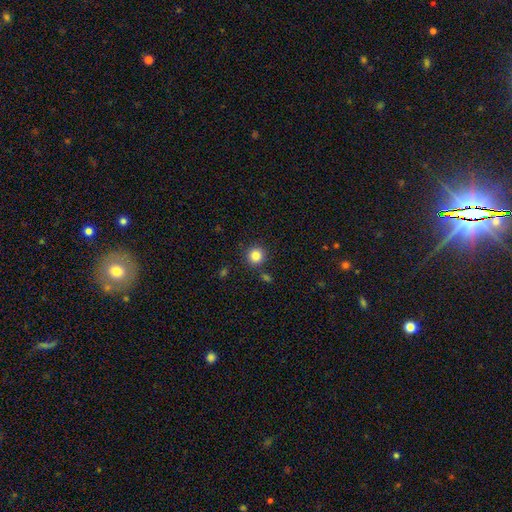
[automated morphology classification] Overall: smooth (84%). How rounded: round (94%). Merging: none (88%).